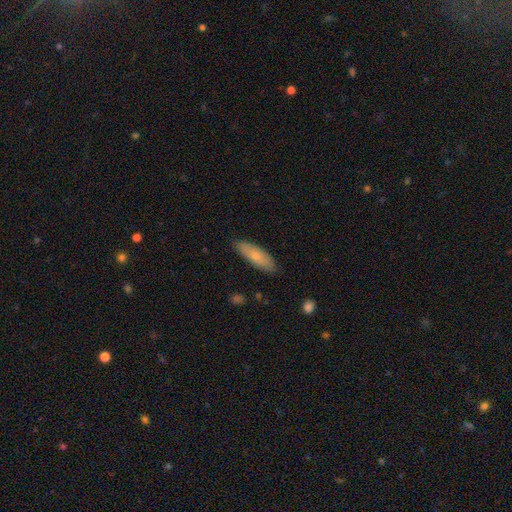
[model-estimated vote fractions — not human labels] Smooth or featured?
  - smooth: 77% *
  - featured or disk: 17%
  - star or artifact: 6%
How rounded?
  - in between: 55% *
  - cigar-shaped: 43%
  - round: 2%
Merging?
  - none: 86% *
  - minor disturbance: 11%
  - major disturbance: 2%
  - merger: 1%